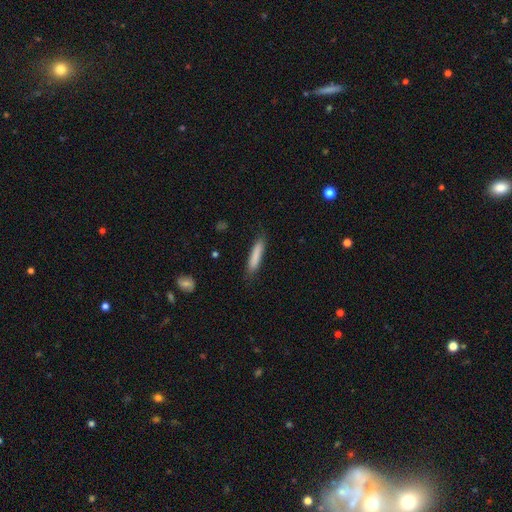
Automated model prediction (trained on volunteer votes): smooth_or_featured: smooth (p=0.83) [alt: featured or disk p=0.11]
how_rounded: cigar-shaped (p=0.88) [alt: in between p=0.11]
merging: none (p=0.82) [alt: minor disturbance p=0.13]